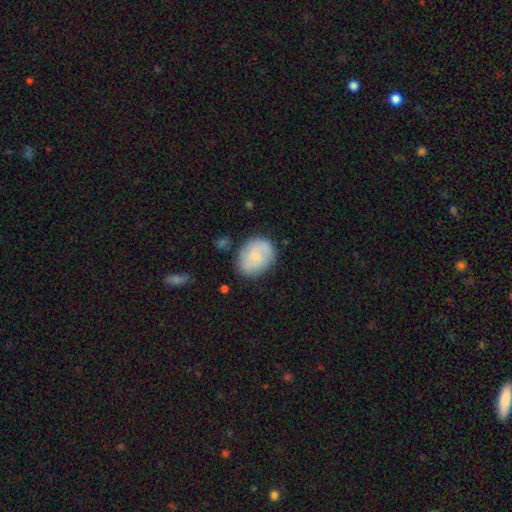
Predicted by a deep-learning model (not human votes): smooth 60%, featured or disk 33%, star or artifact 7%. Down the decision tree: how rounded — in between (58%); merging — none (73%).